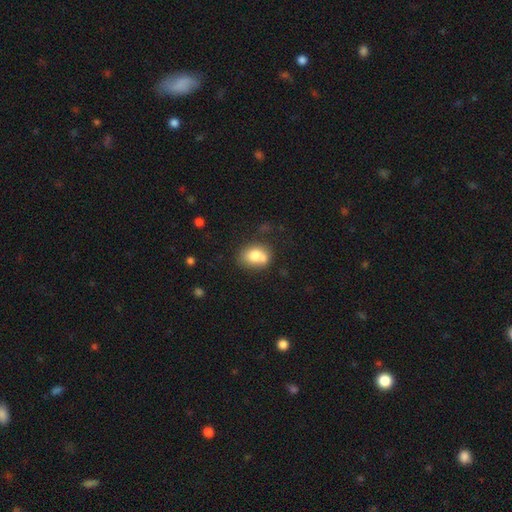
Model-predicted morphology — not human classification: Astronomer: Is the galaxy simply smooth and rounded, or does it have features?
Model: smooth — 74%.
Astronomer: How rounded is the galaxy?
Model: in between — 60% (runner-up: round, 39%).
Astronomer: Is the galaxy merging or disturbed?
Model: none — 46% (runner-up: merger, 27%).